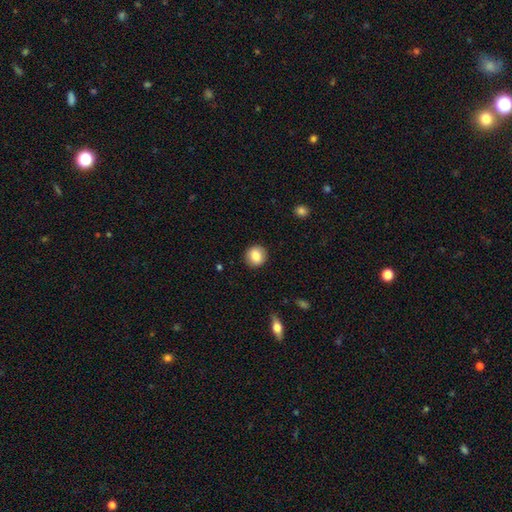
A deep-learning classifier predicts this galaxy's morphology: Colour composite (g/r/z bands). It shows a smooth galaxy with no disk features (85%) that is round (89%). Merging: none (91%).